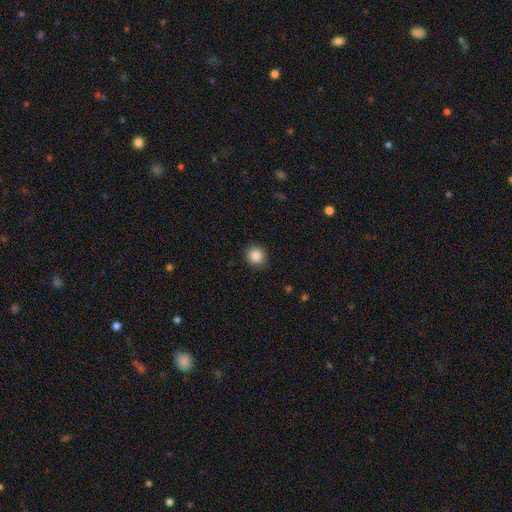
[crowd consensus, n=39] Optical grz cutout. It shows a smooth galaxy with no disk features (95%) that is round (89%). Merging: none (86%).